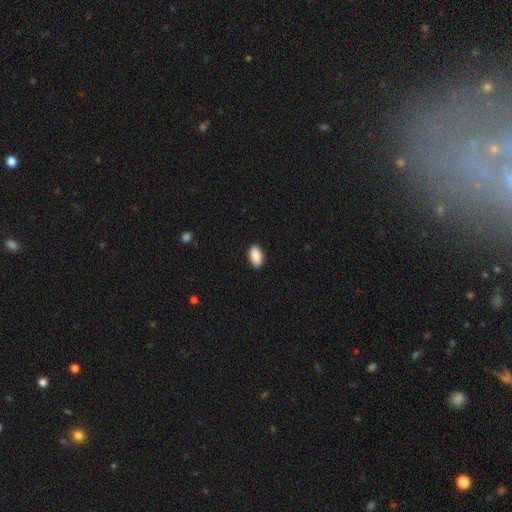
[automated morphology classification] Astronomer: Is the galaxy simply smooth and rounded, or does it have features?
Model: smooth — 90%.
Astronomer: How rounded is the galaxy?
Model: in between — 94%.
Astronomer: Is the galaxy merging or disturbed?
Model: none — 90%.